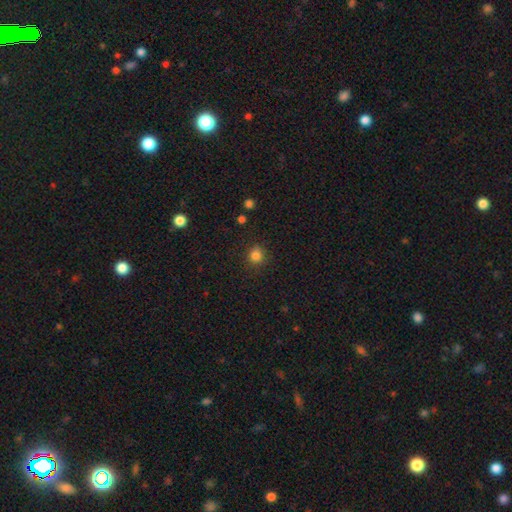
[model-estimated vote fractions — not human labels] A smooth galaxy with no disk features (83%) that is round (88%). Merging: none (87%).